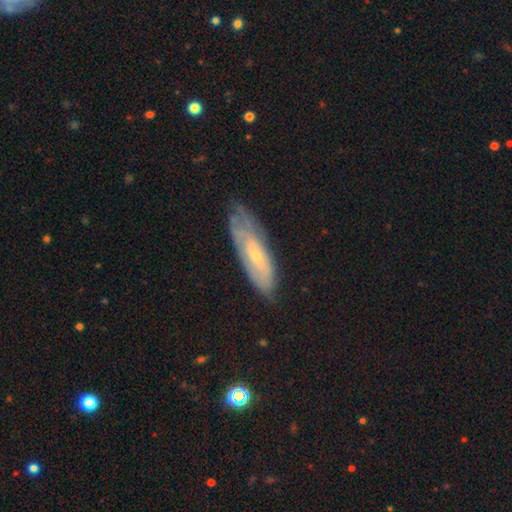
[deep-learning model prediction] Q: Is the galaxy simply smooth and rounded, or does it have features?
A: featured or disk — 57%.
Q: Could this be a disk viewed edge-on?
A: no — 76%.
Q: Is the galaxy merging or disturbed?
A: none — 61%.